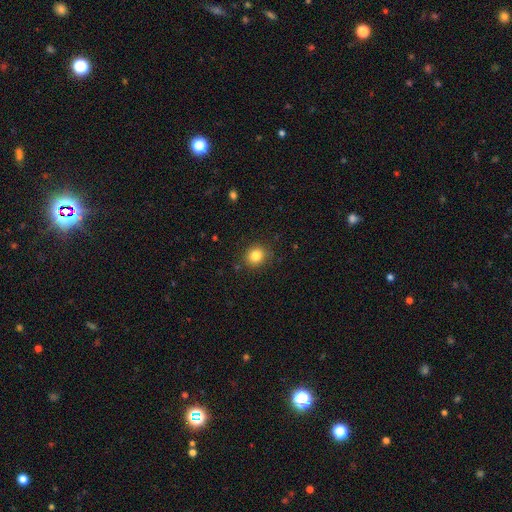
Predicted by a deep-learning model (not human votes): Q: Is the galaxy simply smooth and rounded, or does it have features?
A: smooth — 83%.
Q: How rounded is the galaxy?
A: round — 77%.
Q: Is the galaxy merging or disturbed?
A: none — 87%.